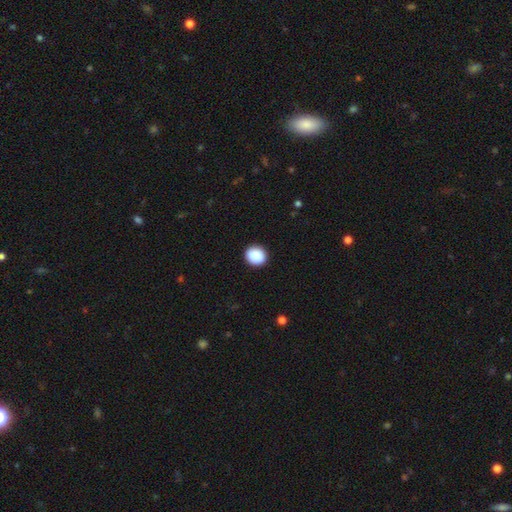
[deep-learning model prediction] smooth 90%, star or artifact 8%, featured or disk 3%. Down the decision tree: how rounded — round (78%); merging — none (91%).